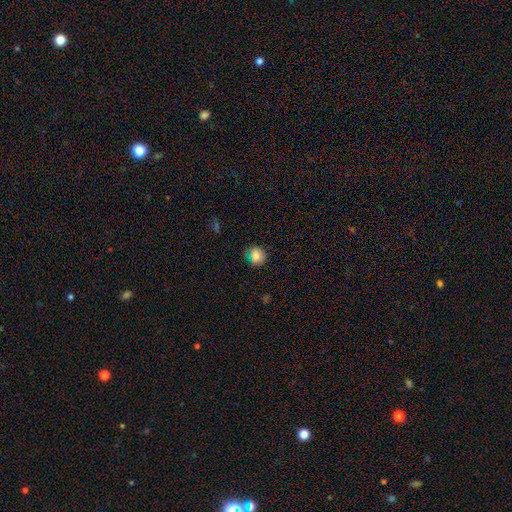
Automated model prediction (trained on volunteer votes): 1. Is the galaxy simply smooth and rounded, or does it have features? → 85% smooth, 9% star or artifact, 5% featured or disk.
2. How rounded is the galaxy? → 80% round, 19% in between, 1% cigar-shaped.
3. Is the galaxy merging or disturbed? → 76% none, 18% minor disturbance, 4% major disturbance, 2% merger.